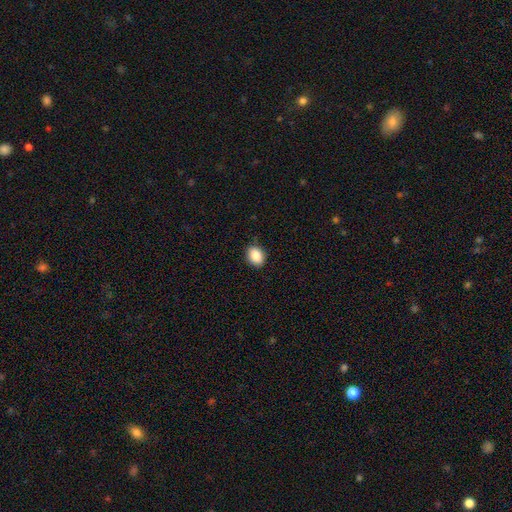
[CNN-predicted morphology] Q: Smooth or featured?
A: smooth (87%); runner-up: star or artifact (8%)
Q: How rounded?
A: in between (58%); runner-up: round (40%)
Q: Merging?
A: none (87%); runner-up: minor disturbance (10%)